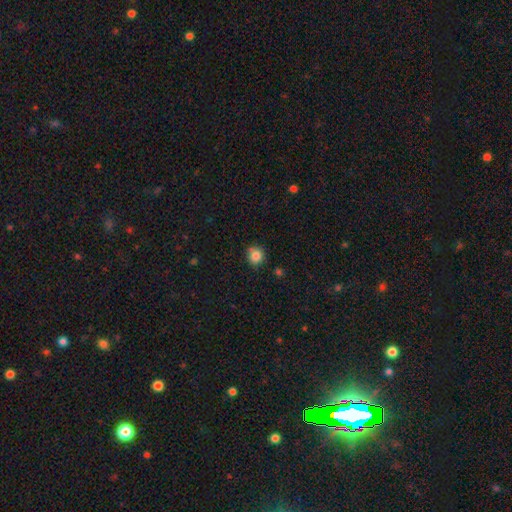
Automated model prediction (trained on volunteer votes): Smooth or featured? smooth (84%)
How rounded? round (89%)
Merging? none (82%)